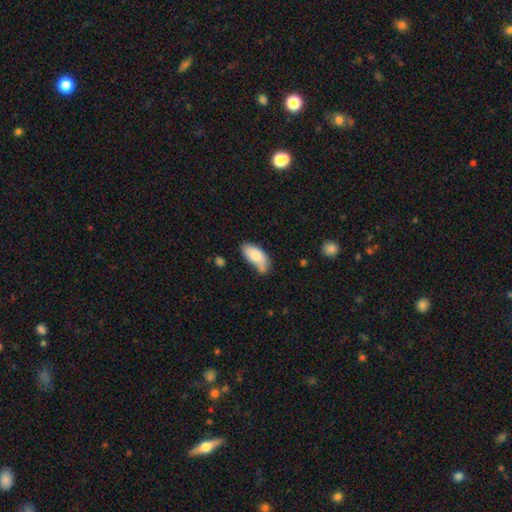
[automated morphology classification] smooth_or_featured: smooth (p=0.82) [alt: featured or disk p=0.12]
how_rounded: in between (p=0.91) [alt: cigar-shaped p=0.06]
merging: none (p=0.51) [alt: minor disturbance p=0.30]